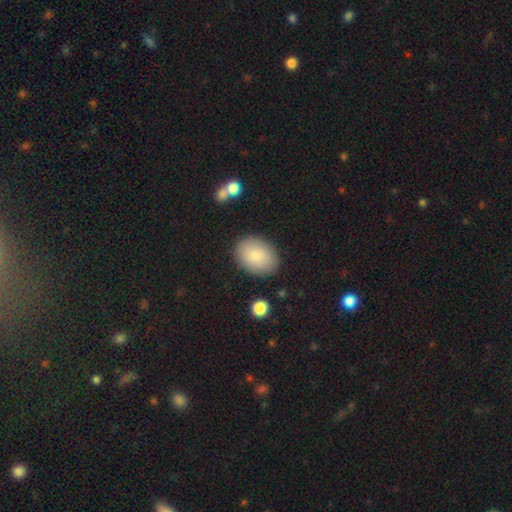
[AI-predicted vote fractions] Smooth or featured? smooth (84%)
How rounded? in between (75%)
Merging? none (85%)